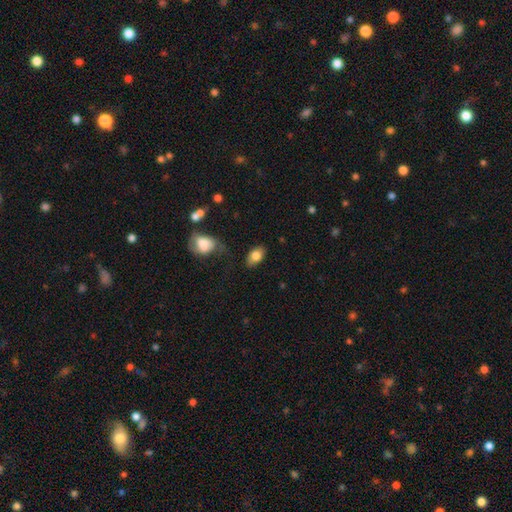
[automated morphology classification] This is clearly a smooth galaxy (81%). How rounded: clearly in between (88%). Merging: likely none (75%).